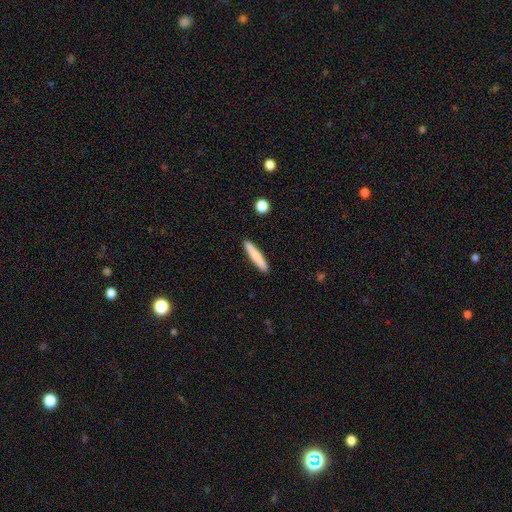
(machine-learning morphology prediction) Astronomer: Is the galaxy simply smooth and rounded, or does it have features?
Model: smooth — 77%.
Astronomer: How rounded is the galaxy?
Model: cigar-shaped — 92%.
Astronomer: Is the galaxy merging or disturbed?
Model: none — 90%.